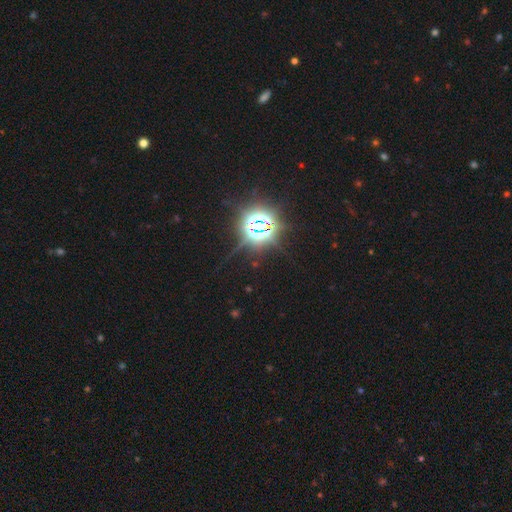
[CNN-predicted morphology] A star or artifact, not a galaxy (87%).